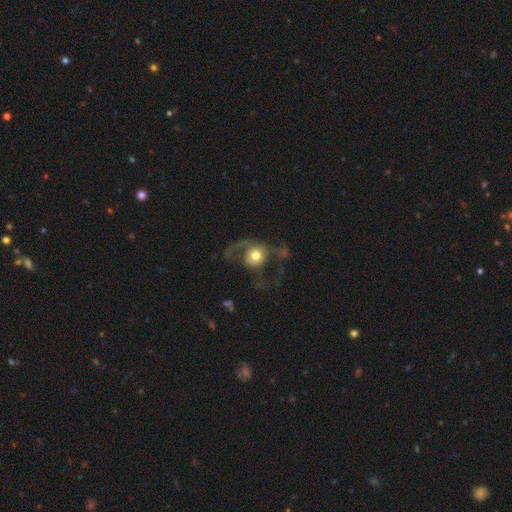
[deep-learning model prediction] Q: Smooth or featured?
A: smooth (47%); runner-up: featured or disk (45%)
Q: Merging?
A: major disturbance (54%); runner-up: none (29%)